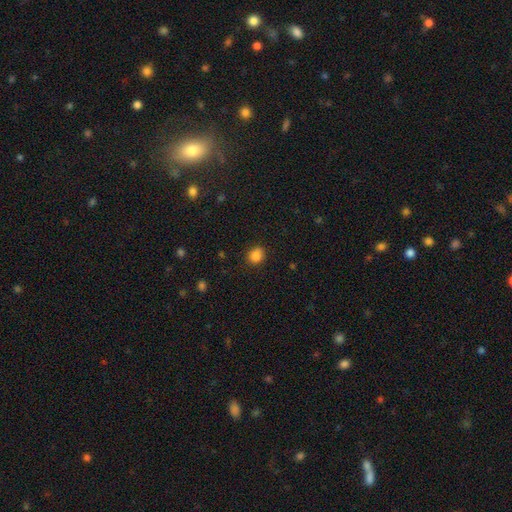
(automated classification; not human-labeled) smooth-or-featured: smooth: 85% | star or artifact: 11% | featured or disk: 4%
  how-rounded: round: 66% | in between: 33% | cigar-shaped: 1%
  merging: none: 82% | minor disturbance: 14% | major disturbance: 3% | merger: 1%